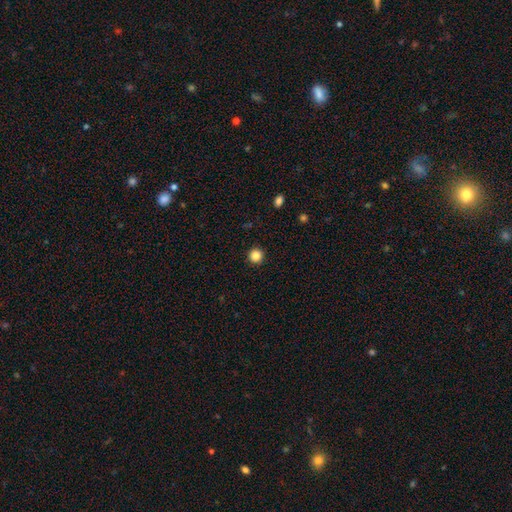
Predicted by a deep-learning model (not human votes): Smooth or featured?
  - smooth: 86% *
  - star or artifact: 11%
  - featured or disk: 3%
How rounded?
  - round: 96% *
  - in between: 4%
  - cigar-shaped: 1%
Merging?
  - none: 93% *
  - minor disturbance: 5%
  - major disturbance: 2%
  - merger: 1%